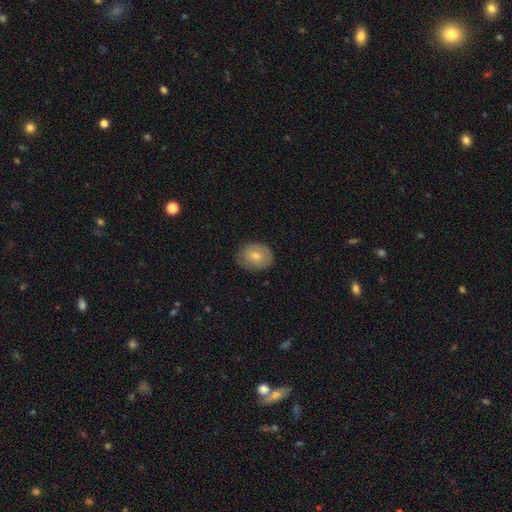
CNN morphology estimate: This is likely a smooth galaxy (69%). How rounded: possibly in between (51%). Merging: likely none (76%).